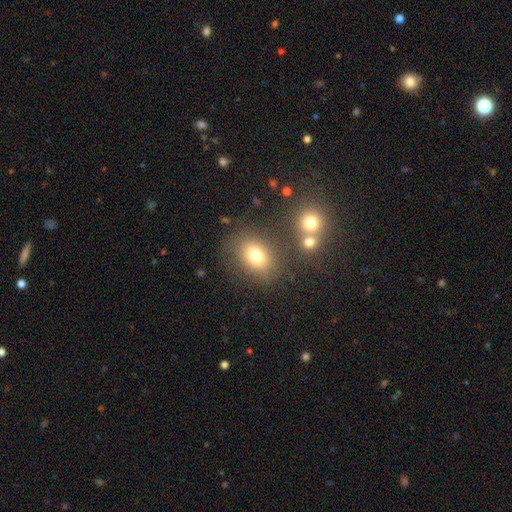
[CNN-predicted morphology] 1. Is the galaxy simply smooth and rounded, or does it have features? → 76% smooth, 13% star or artifact, 11% featured or disk.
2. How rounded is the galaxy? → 59% in between, 39% round, 1% cigar-shaped.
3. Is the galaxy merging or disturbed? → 72% none, 12% minor disturbance, 11% merger, 5% major disturbance.